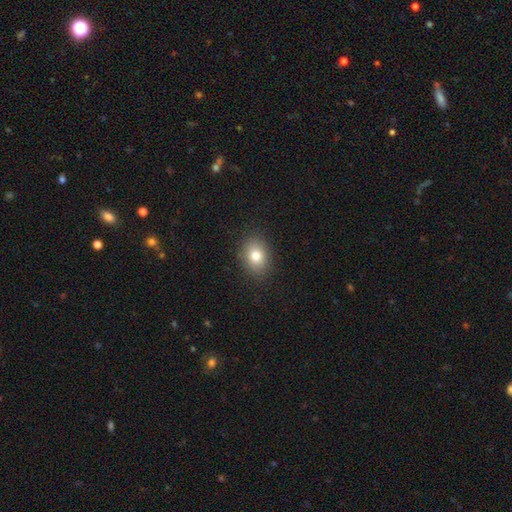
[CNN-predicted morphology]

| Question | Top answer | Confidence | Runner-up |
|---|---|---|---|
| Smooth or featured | smooth | 80% | star or artifact (11%) |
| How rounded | in between | 63% | round (36%) |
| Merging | none | 88% | minor disturbance (9%) |